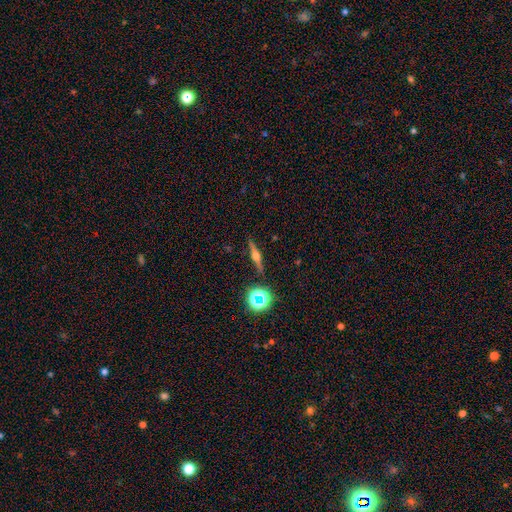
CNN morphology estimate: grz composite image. It shows a featured or disk galaxy (66%) viewed edge-on (97%) with a rounded central bulge (89%). Merging: none (88%).